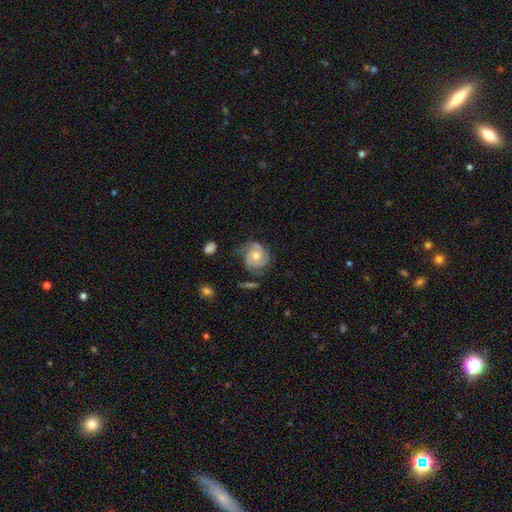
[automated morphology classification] Smooth or featured: featured or disk — 84% (smooth — 10%)
Edge-on disk: no — 98% (yes — 2%)
Bar: no — 71% (weak — 25%)
Spiral arms: yes — 97% (no — 3%)
Spiral winding: tight — 58% (medium — 34%)
Spiral arm count: 2 — 49% (3 — 32%)
Bulge size: moderate — 62% (small — 30%)
Merging: none — 70% (minor disturbance — 20%)